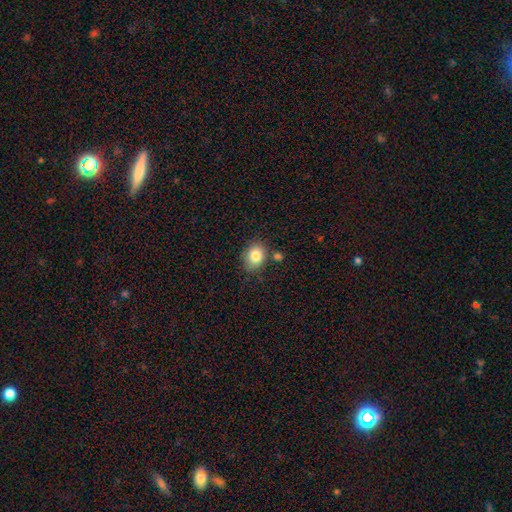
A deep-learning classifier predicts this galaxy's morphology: smooth 83%, star or artifact 9%, featured or disk 8%. Down the decision tree: how rounded — in between (52%); merging — none (73%).